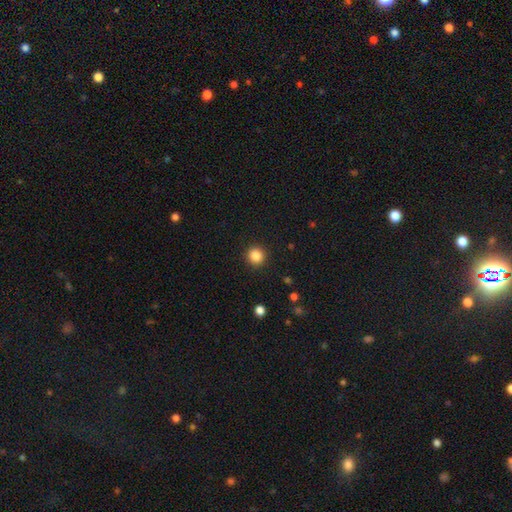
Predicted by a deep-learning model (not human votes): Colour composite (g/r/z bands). It shows a smooth galaxy with no disk features (86%) that is round (94%). Merging: none (92%).